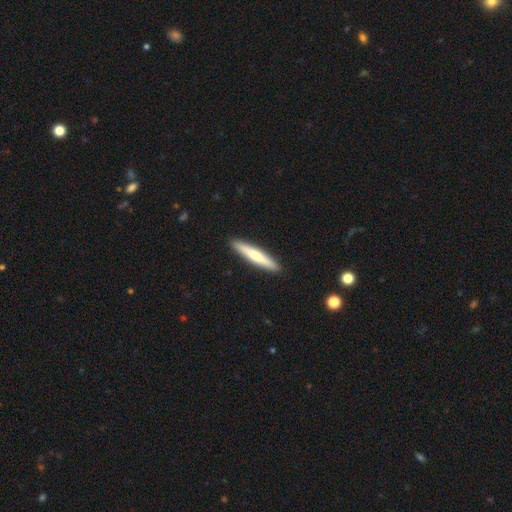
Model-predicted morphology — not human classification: Smooth or featured: smooth — 61% (featured or disk — 34%)
How rounded: cigar-shaped — 93% (in between — 6%)
Merging: none — 92% (minor disturbance — 6%)